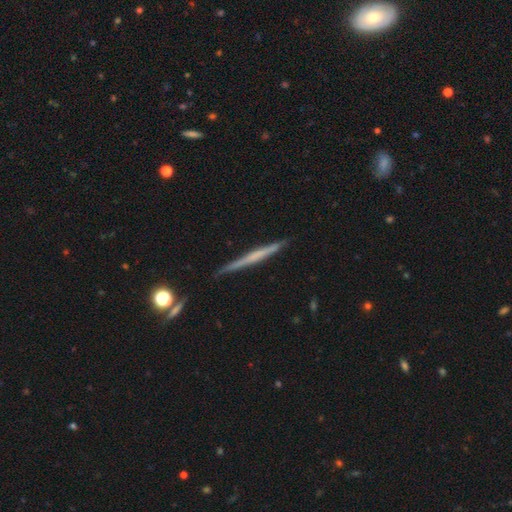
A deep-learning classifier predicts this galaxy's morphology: A featured or disk galaxy (57%) viewed edge-on (97%) with no central bulge (77%).

Vote fractions:
- Smooth or featured? featured or disk: 57% / smooth: 36% / star or artifact: 7%
- Edge-on disk? yes: 97% / no: 3%
- Edge-on bulge? none: 77% / rounded: 15% / boxy: 8%
- Merging? none: 88% / minor disturbance: 9% / major disturbance: 2% / merger: 2%